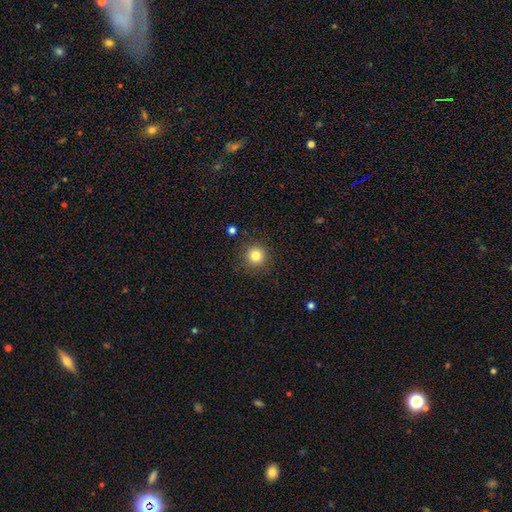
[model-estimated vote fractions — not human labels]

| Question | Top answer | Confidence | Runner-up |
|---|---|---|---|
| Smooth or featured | smooth | 82% | star or artifact (12%) |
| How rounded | round | 95% | in between (5%) |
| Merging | none | 89% | minor disturbance (7%) |